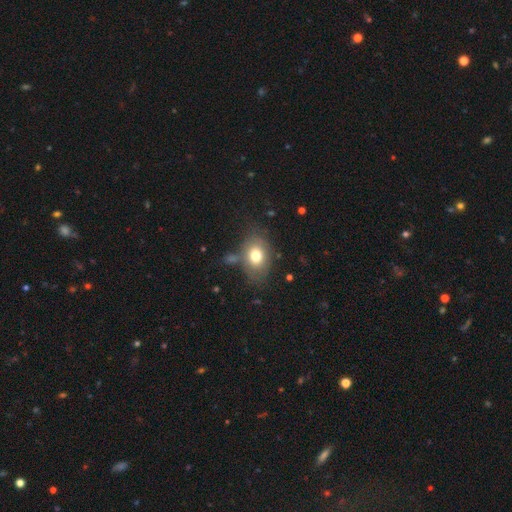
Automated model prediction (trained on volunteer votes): Morphology: type=smooth (74%); roundness=in between (73%); merging=none (67%).